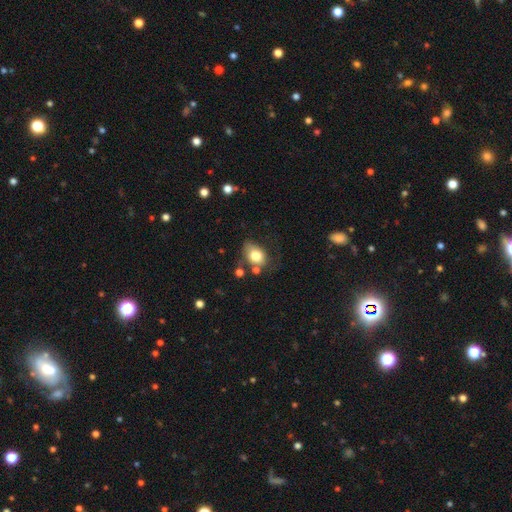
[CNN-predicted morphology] smooth_or_featured: smooth (p=0.78) [alt: featured or disk p=0.13]
how_rounded: in between (p=0.64) [alt: round p=0.35]
merging: none (p=0.51) [alt: minor disturbance p=0.27]